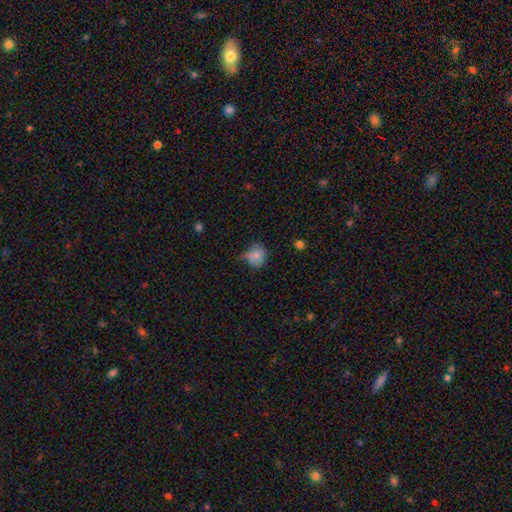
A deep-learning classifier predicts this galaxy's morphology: Smooth or featured?
  - smooth: 79% *
  - star or artifact: 11%
  - featured or disk: 10%
How rounded?
  - round: 73% *
  - in between: 26%
  - cigar-shaped: 1%
Merging?
  - none: 48% *
  - minor disturbance: 37%
  - major disturbance: 11%
  - merger: 3%